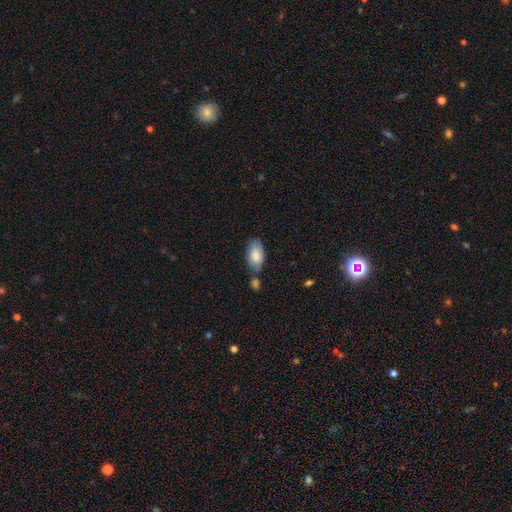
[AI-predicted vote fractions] A smooth galaxy with no disk features (81%) that is in between round and cigar-shaped (93%). Merging: none (50%).